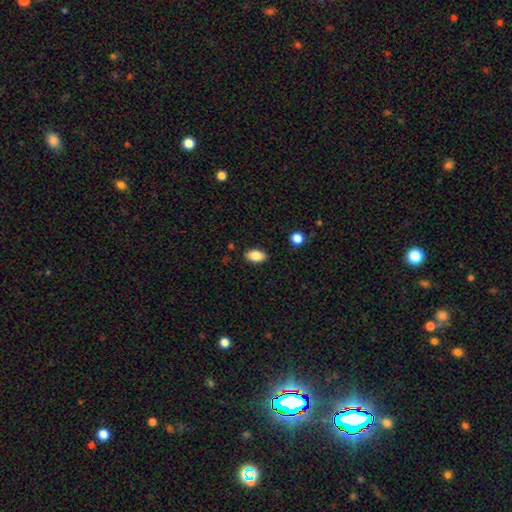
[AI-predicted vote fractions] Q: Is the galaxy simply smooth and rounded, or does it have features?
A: smooth — 86%.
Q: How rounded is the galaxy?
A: in between — 91%.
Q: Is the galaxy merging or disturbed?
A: none — 86%.